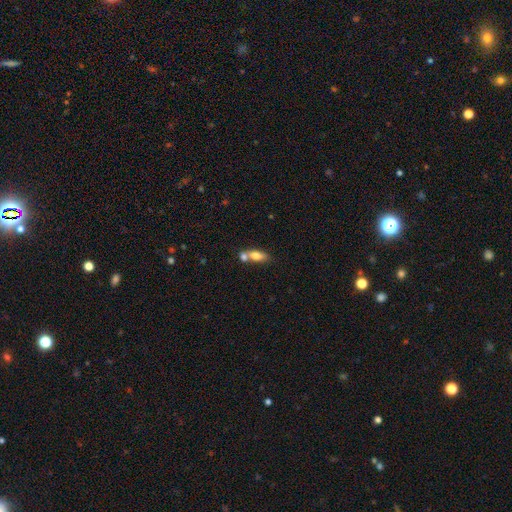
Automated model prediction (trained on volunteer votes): Morphology: type=smooth (72%); roundness=in between (75%); merging=merger (51%).